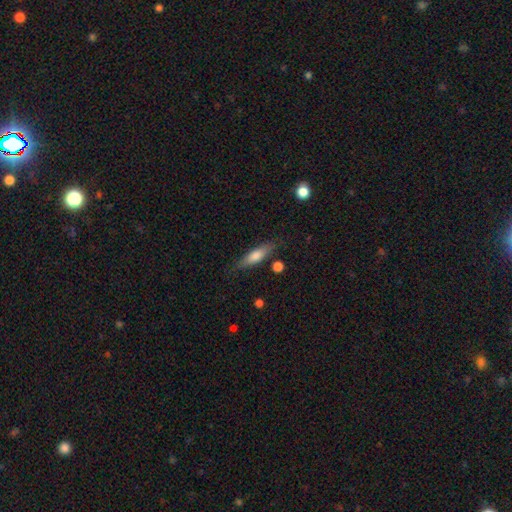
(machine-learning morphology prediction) Smooth or featured? Predicted: smooth (p=0.66). How rounded? Predicted: cigar-shaped (p=0.65). Merging? Predicted: none (p=0.79).